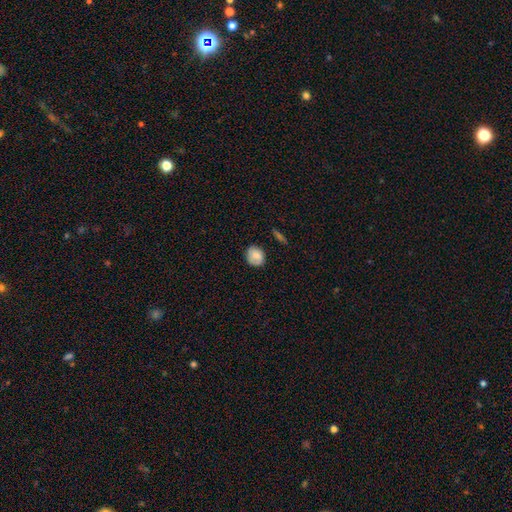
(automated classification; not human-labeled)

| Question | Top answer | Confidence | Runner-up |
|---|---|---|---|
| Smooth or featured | smooth | 80% | featured or disk (12%) |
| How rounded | round | 62% | in between (36%) |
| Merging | none | 76% | minor disturbance (19%) |